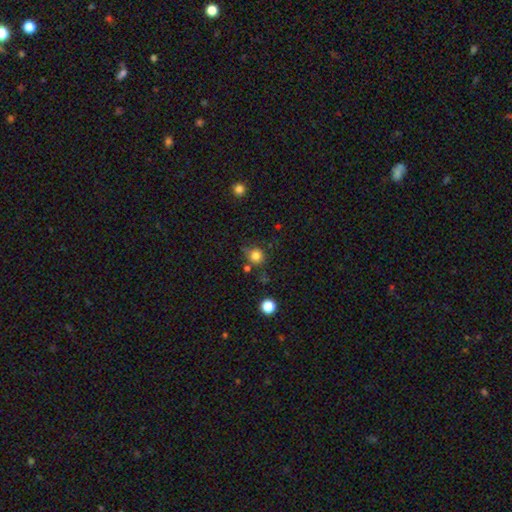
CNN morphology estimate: Smooth or featured: smooth — 80% (star or artifact — 13%)
How rounded: round — 89% (in between — 10%)
Merging: none — 69% (minor disturbance — 17%)